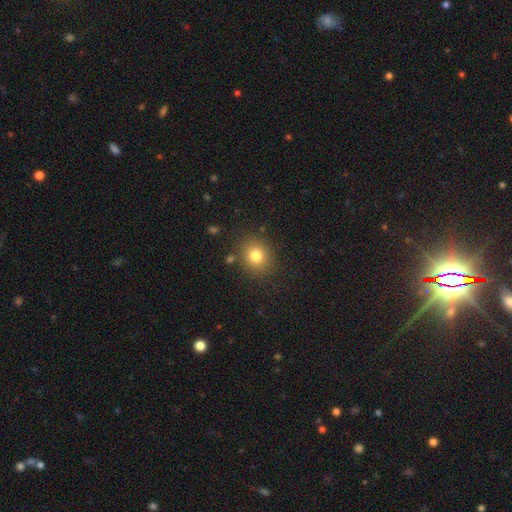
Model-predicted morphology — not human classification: Smooth or featured? Predicted: smooth (p=0.79). How rounded? Predicted: round (p=0.74). Merging? Predicted: none (p=0.84).